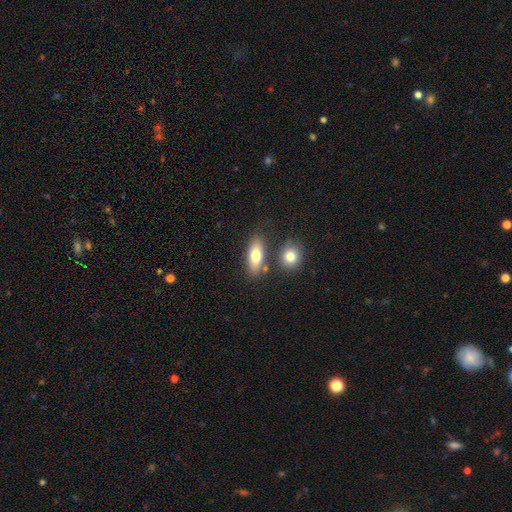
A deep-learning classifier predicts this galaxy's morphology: smooth-or-featured: smooth: 75% | featured or disk: 18% | star or artifact: 7%
  how-rounded: in between: 75% | cigar-shaped: 19% | round: 5%
  merging: none: 73% | merger: 12% | minor disturbance: 11% | major disturbance: 4%